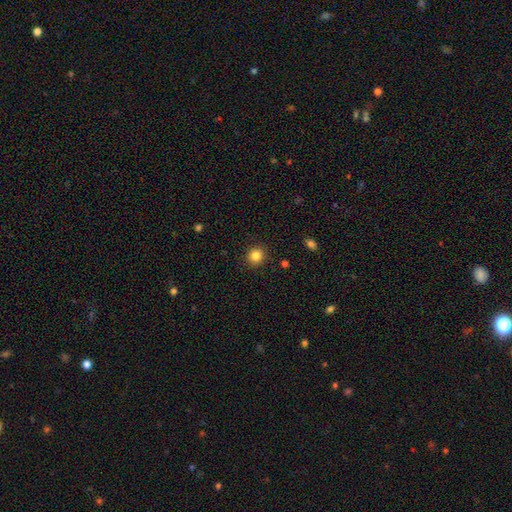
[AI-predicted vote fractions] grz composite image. It shows a smooth galaxy with no disk features (84%) that is round (89%). Merging: none (91%).